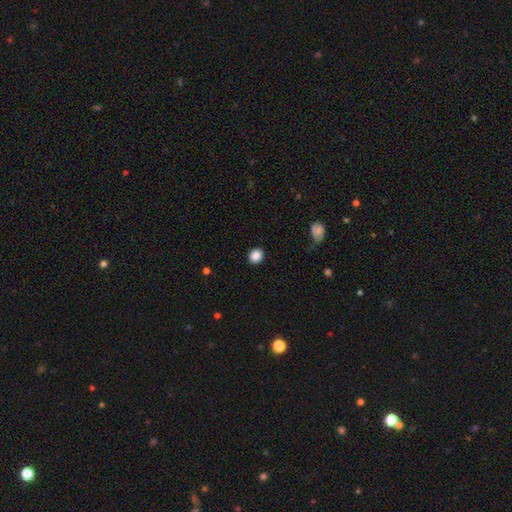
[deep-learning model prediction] Q: Smooth or featured?
A: smooth (87%); runner-up: star or artifact (9%)
Q: How rounded?
A: round (76%); runner-up: in between (23%)
Q: Merging?
A: none (90%); runner-up: minor disturbance (7%)